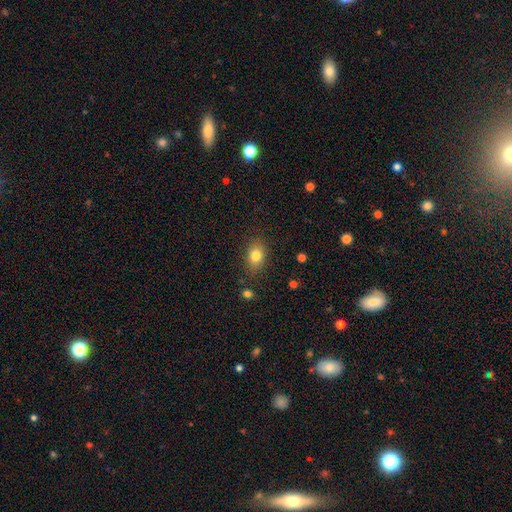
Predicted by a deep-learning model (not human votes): This appears to be a smooth galaxy with no disk features (81%) that is in between round and cigar-shaped (75%). Merging: none (84%).